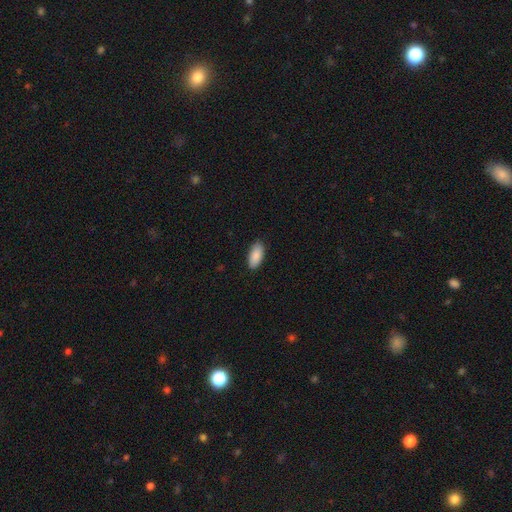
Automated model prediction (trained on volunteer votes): smooth_or_featured: smooth (p=0.90) [alt: star or artifact p=0.06]
how_rounded: in between (p=0.91) [alt: cigar-shaped p=0.07]
merging: none (p=0.88) [alt: minor disturbance p=0.10]